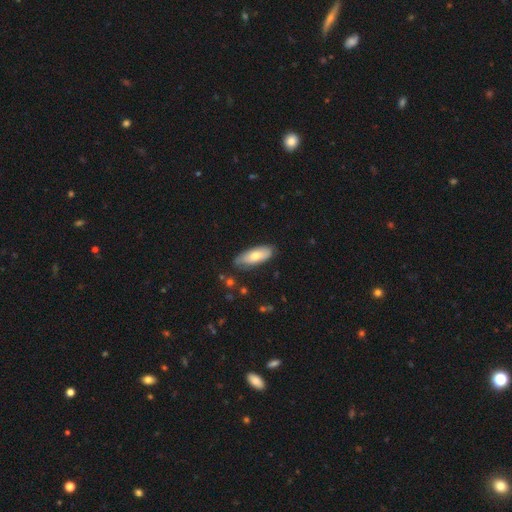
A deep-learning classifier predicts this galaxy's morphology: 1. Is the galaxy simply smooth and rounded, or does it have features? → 67% smooth, 27% featured or disk, 6% star or artifact.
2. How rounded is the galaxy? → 76% in between, 22% cigar-shaped, 2% round.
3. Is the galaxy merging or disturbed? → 79% none, 16% minor disturbance, 3% major disturbance, 2% merger.